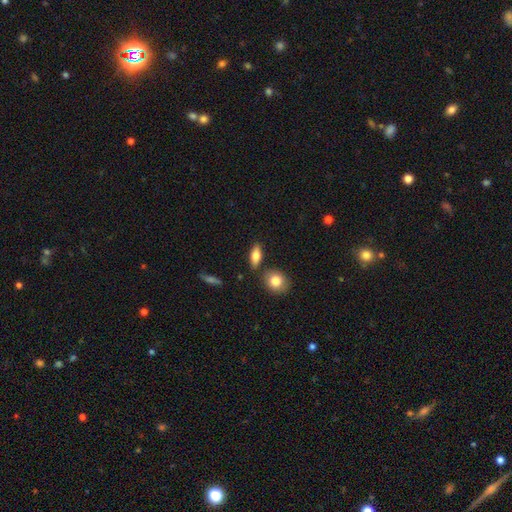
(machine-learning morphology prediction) The model was most divided on "smooth or featured": smooth: 75%, featured or disk: 18%, star or artifact: 7%. More confident: merging — none (79%); how rounded — in between (76%).